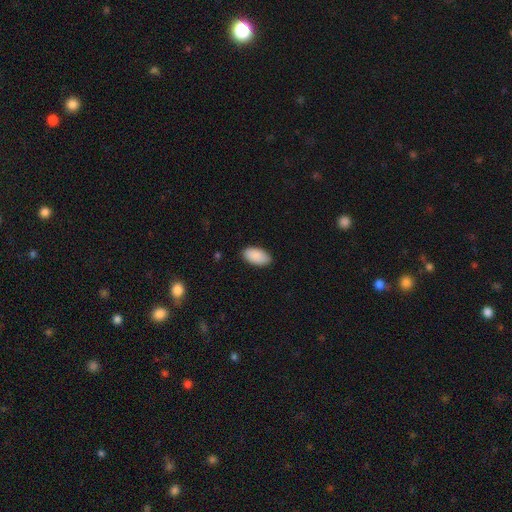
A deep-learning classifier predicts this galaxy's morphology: Smooth or featured?
  - smooth: 91% *
  - star or artifact: 6%
  - featured or disk: 3%
How rounded?
  - in between: 96% *
  - cigar-shaped: 2%
  - round: 2%
Merging?
  - none: 87% *
  - minor disturbance: 10%
  - major disturbance: 2%
  - merger: 1%